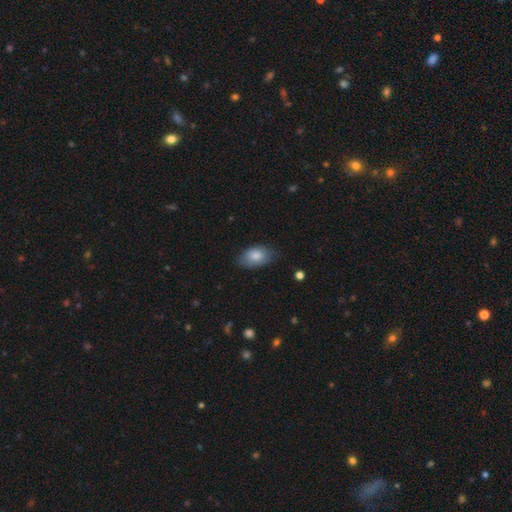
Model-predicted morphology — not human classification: The model was most divided on "merging": none: 71%, minor disturbance: 23%, major disturbance: 4%, merger: 1%. More confident: how rounded — in between (91%); smooth or featured — smooth (82%).